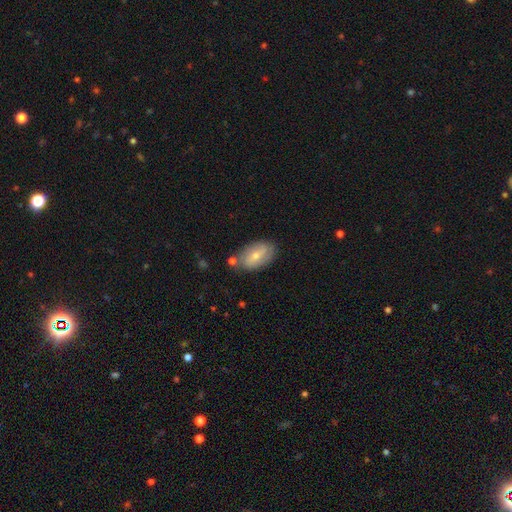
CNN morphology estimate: Smooth or featured?
  - smooth: 55% *
  - featured or disk: 39%
  - star or artifact: 7%
How rounded?
  - in between: 91% *
  - round: 6%
  - cigar-shaped: 3%
Merging?
  - none: 73% *
  - minor disturbance: 17%
  - merger: 6%
  - major disturbance: 4%